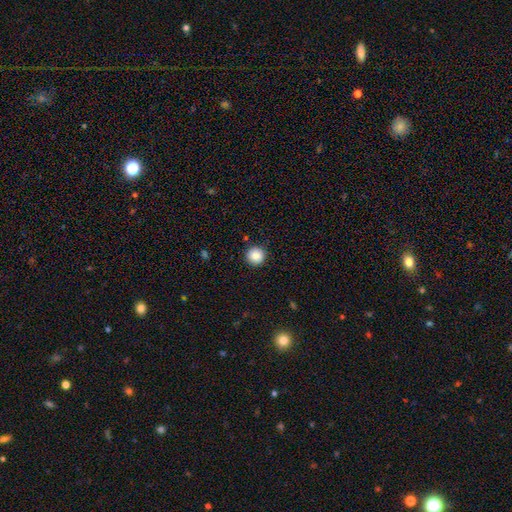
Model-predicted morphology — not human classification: This appears to be a smooth galaxy with no disk features (87%) that is round (94%). Merging: none (90%).